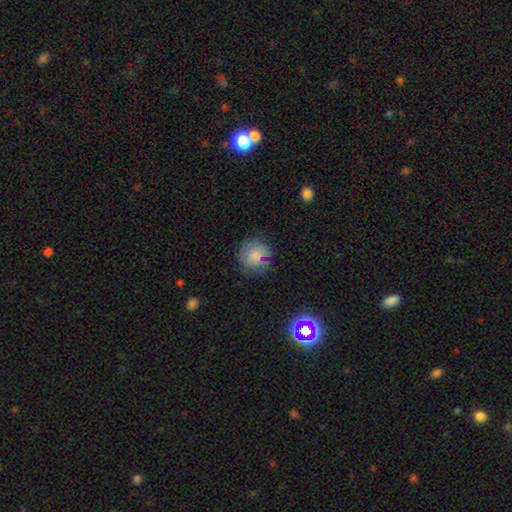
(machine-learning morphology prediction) Q: Smooth or featured?
A: smooth (72%); runner-up: featured or disk (17%)
Q: How rounded?
A: round (88%); runner-up: in between (11%)
Q: Merging?
A: none (68%); runner-up: minor disturbance (21%)